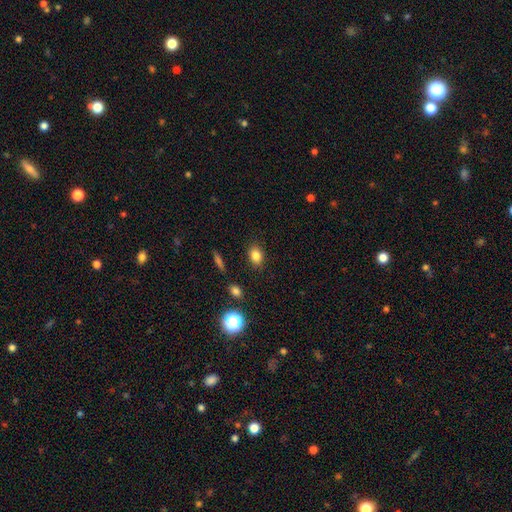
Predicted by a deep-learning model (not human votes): Smooth or featured? smooth (82%)
How rounded? in between (68%)
Merging? none (86%)